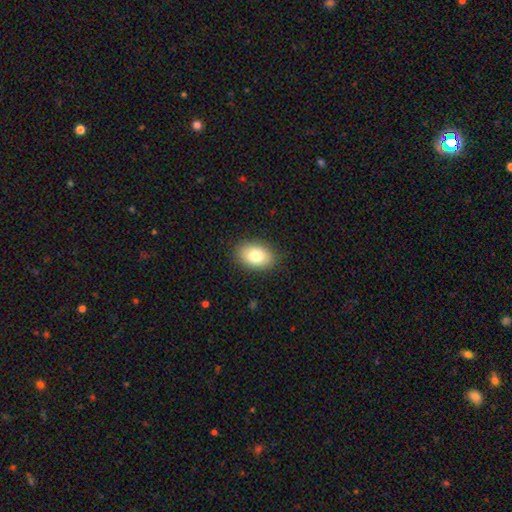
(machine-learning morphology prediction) Smooth or featured: smooth — 80% (featured or disk — 12%)
How rounded: in between — 86% (round — 13%)
Merging: none — 88% (minor disturbance — 9%)